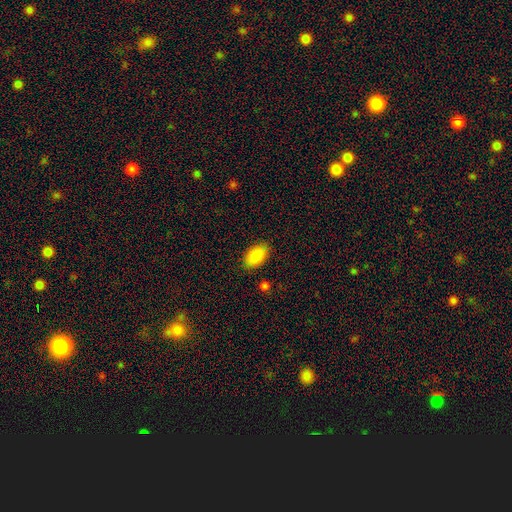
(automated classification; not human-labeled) Smooth or featured: smooth — 87% (star or artifact — 7%)
How rounded: in between — 92% (round — 6%)
Merging: none — 87% (minor disturbance — 9%)